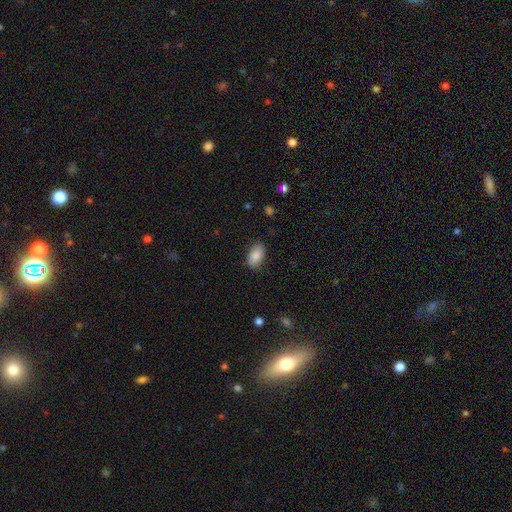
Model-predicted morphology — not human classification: Smooth or featured? smooth (86%)
How rounded? in between (93%)
Merging? none (83%)